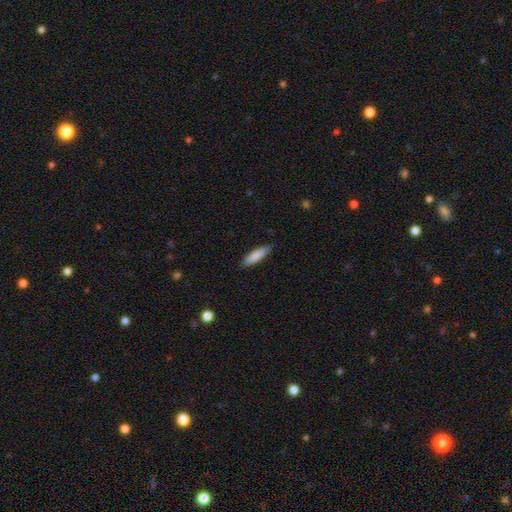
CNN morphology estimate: Q: Smooth or featured?
A: smooth (85%); runner-up: featured or disk (10%)
Q: How rounded?
A: cigar-shaped (71%); runner-up: in between (28%)
Q: Merging?
A: none (87%); runner-up: minor disturbance (10%)